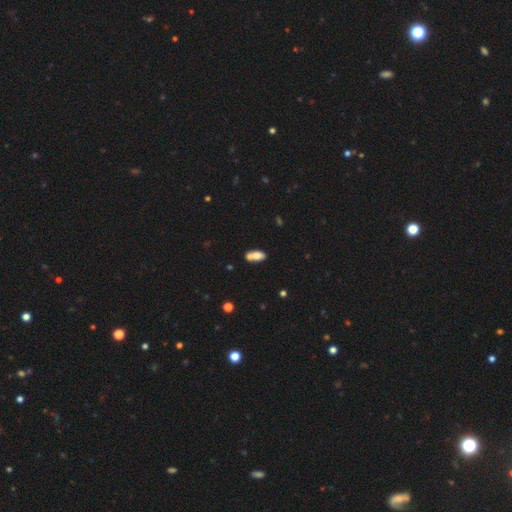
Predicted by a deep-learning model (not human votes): smooth 76%, featured or disk 15%, star or artifact 9%. Down the decision tree: how rounded — in between (87%); merging — none (46%).